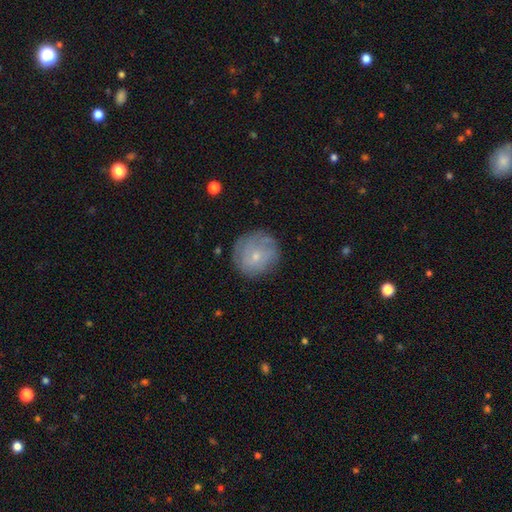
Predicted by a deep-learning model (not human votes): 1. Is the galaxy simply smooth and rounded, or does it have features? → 55% smooth, 37% featured or disk, 8% star or artifact.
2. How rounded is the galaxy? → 91% round, 8% in between, 1% cigar-shaped.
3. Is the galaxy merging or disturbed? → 76% none, 17% minor disturbance, 6% major disturbance, 2% merger.